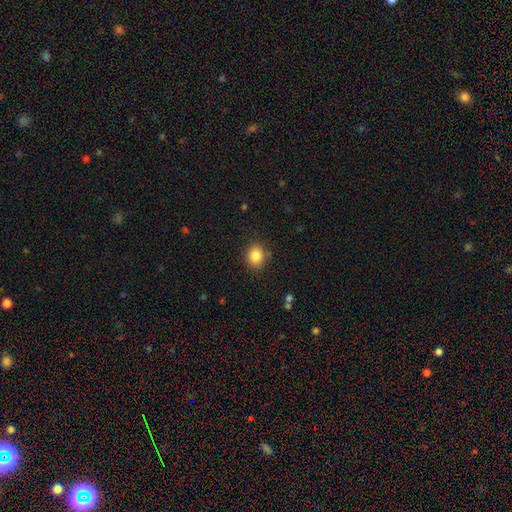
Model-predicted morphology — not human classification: This is clearly a smooth galaxy (85%). How rounded: possibly round (60%). Merging: clearly none (85%).